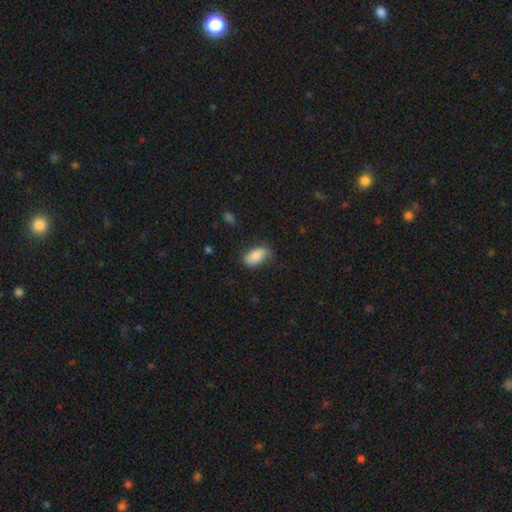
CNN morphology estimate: This appears to be a smooth galaxy with no disk features (82%) that is in between round and cigar-shaped (92%). Merging: none (71%).